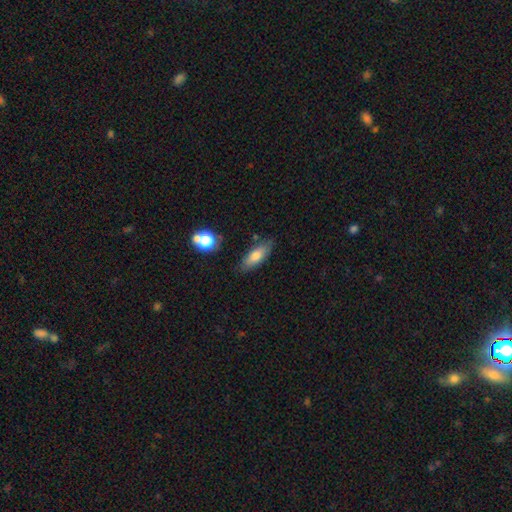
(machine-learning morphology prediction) Smooth or featured? Predicted: smooth (p=0.74). How rounded? Predicted: in between (p=0.69). Merging? Predicted: none (p=0.78).